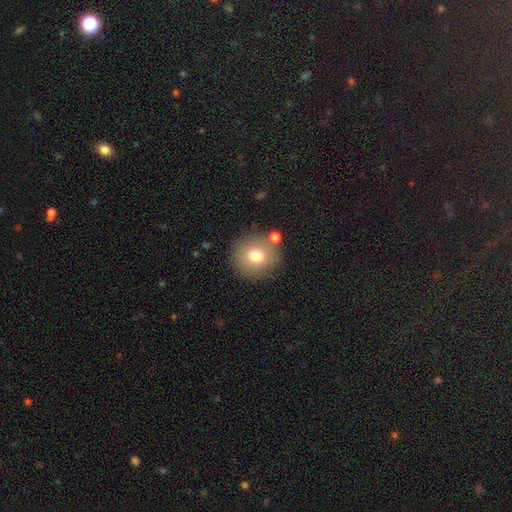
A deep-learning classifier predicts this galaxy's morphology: smooth_or_featured: smooth (p=0.77) [alt: featured or disk p=0.13]
how_rounded: round (p=0.90) [alt: in between p=0.09]
merging: none (p=0.81) [alt: minor disturbance p=0.10]